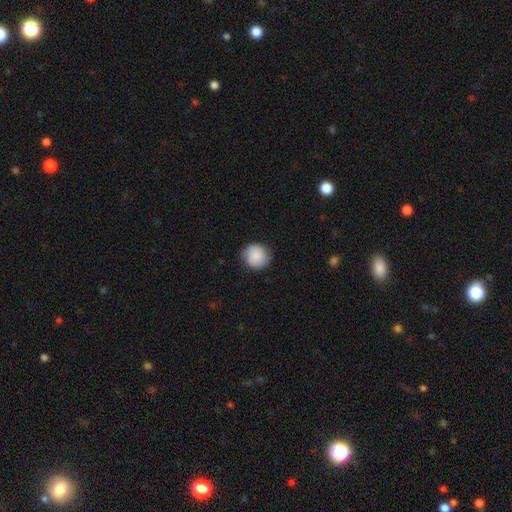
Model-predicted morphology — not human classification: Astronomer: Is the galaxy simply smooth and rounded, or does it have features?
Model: smooth — 88%.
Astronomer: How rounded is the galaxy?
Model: round — 92%.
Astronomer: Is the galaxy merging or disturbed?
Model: none — 86%.